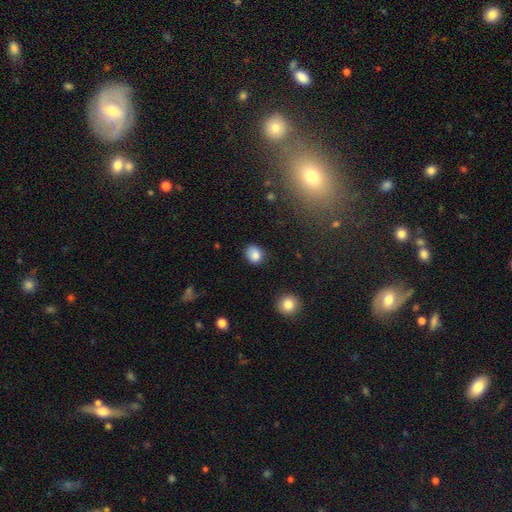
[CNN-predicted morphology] A smooth galaxy with no disk features (83%) that is round (66%).

Vote fractions:
- Smooth or featured? smooth: 83% / star or artifact: 11% / featured or disk: 6%
- How rounded? round: 66% / in between: 33% / cigar-shaped: 1%
- Merging? none: 82% / minor disturbance: 13% / major disturbance: 3% / merger: 2%